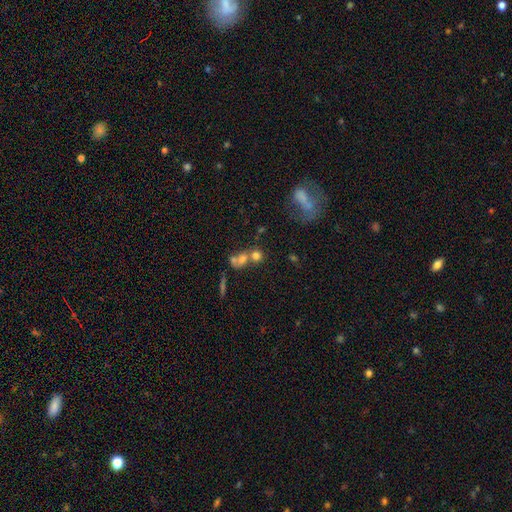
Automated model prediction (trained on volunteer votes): Smooth or featured? smooth (70%)
How rounded? round (76%)
Merging? merger (53%)